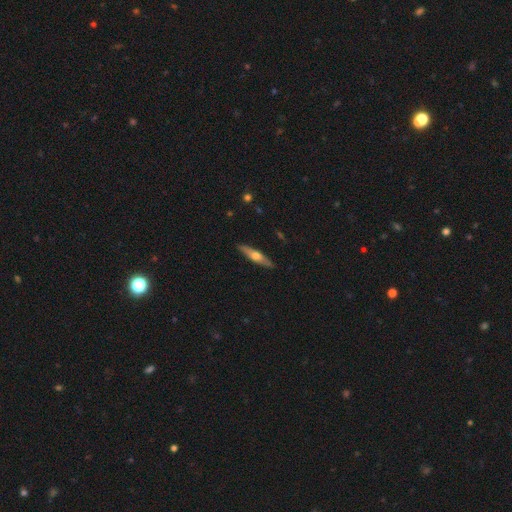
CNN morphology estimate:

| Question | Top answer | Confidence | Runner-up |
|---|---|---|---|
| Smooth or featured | featured or disk | 55% | smooth (39%) |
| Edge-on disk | yes | 92% | no (8%) |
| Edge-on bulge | rounded | 92% | none (5%) |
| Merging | none | 90% | minor disturbance (7%) |